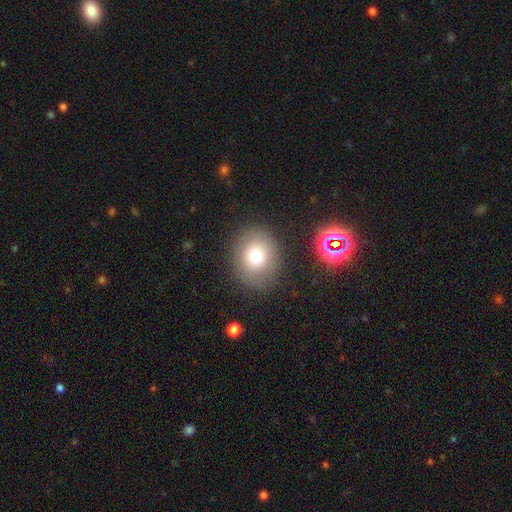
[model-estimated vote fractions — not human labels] A smooth galaxy with no disk features (74%) that is round (71%).

Vote fractions:
- Smooth or featured? smooth: 74% / featured or disk: 13% / star or artifact: 13%
- How rounded? round: 71% / in between: 28% / cigar-shaped: 1%
- Merging? none: 84% / minor disturbance: 10% / major disturbance: 4% / merger: 2%